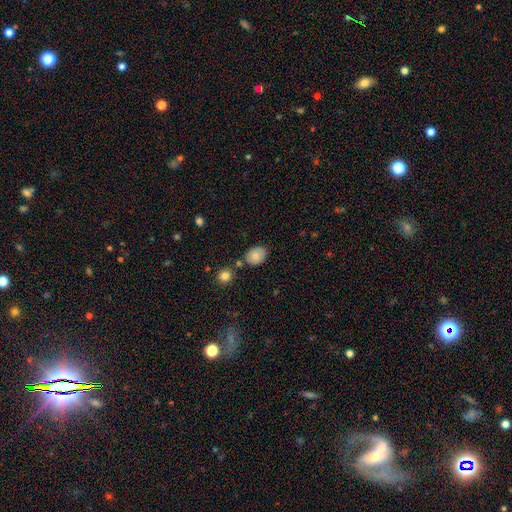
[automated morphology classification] smooth-or-featured: smooth: 80% | featured or disk: 11% | star or artifact: 9%
  how-rounded: in between: 70% | round: 29% | cigar-shaped: 1%
  merging: none: 72% | minor disturbance: 15% | merger: 9% | major disturbance: 3%